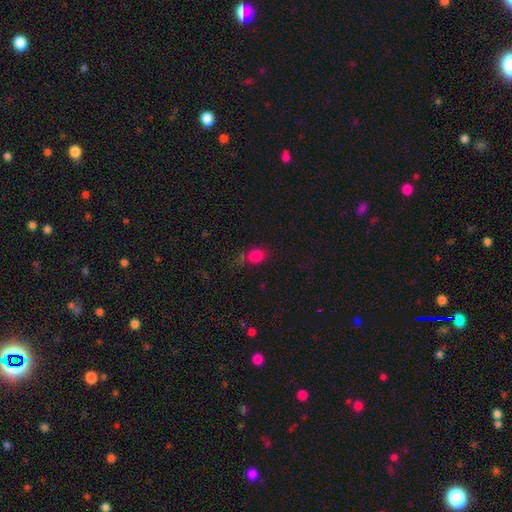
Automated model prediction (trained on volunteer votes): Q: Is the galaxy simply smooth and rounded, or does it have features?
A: smooth — 79%.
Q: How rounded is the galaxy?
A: round — 54%.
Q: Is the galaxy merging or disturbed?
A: none — 59%.